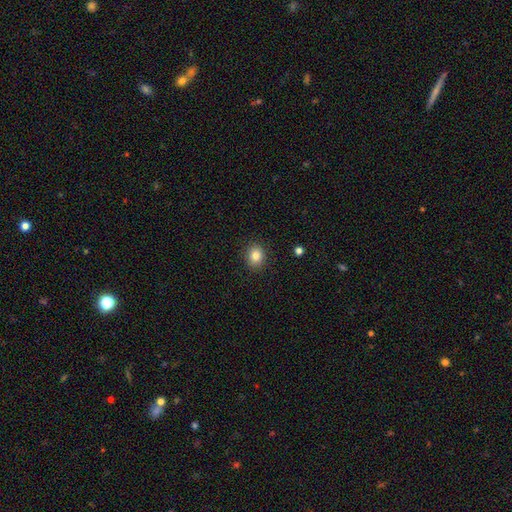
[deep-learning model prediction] The model was most divided on "how rounded": round: 66%, in between: 33%, cigar-shaped: 1%. More confident: merging — none (90%); smooth or featured — smooth (83%).